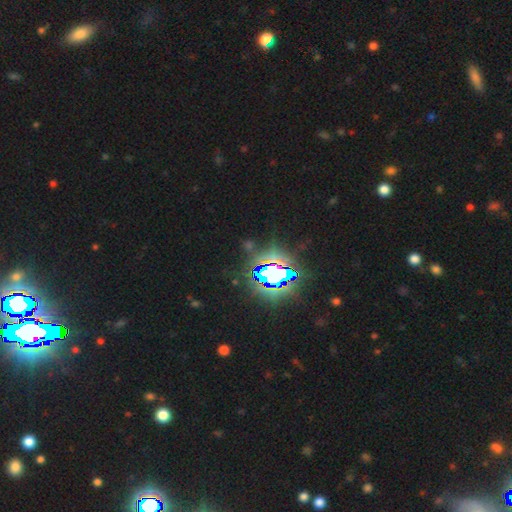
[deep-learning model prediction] Smooth or featured? Predicted: star or artifact (p=0.81).